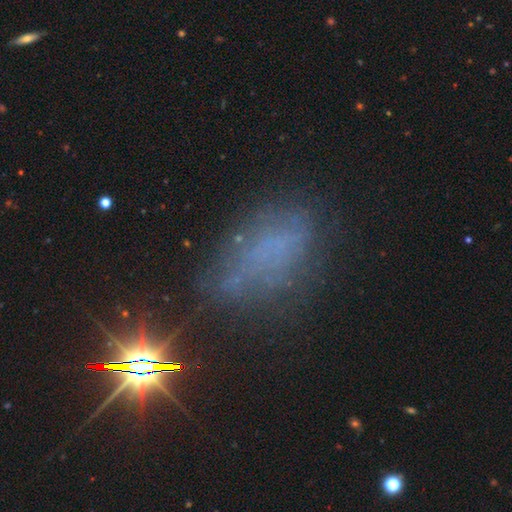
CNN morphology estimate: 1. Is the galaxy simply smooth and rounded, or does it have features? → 37% star or artifact, 36% smooth, 27% featured or disk.